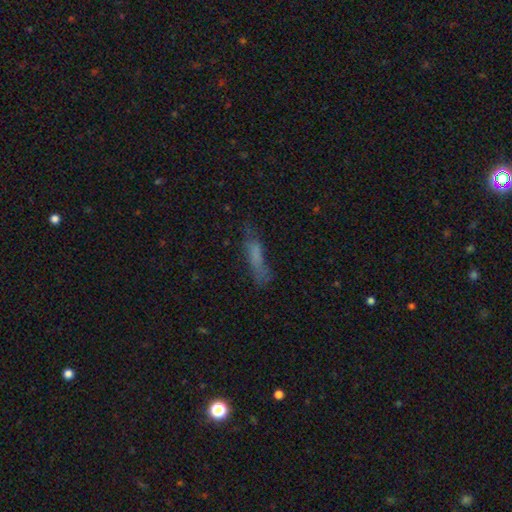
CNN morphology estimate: Smooth or featured: smooth — 63% (featured or disk — 25%)
How rounded: cigar-shaped — 76% (in between — 21%)
Merging: none — 56% (minor disturbance — 25%)